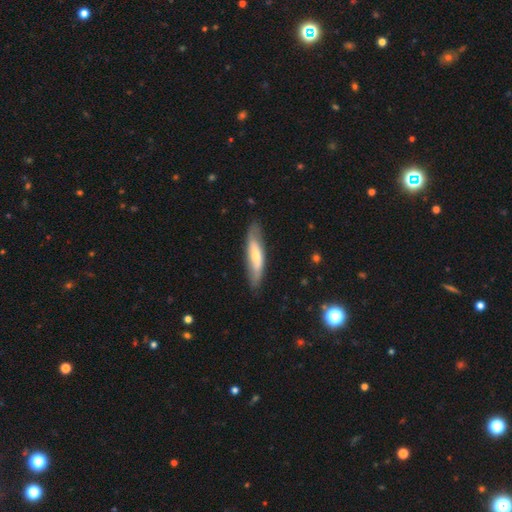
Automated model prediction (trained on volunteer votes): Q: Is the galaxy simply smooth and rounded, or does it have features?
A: smooth — 50%.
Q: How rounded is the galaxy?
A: cigar-shaped — 71%.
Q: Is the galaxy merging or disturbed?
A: none — 80%.